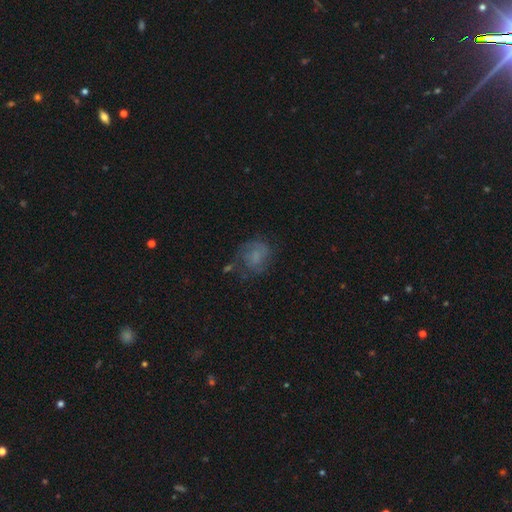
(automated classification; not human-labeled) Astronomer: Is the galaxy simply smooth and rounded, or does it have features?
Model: smooth — 43% (runner-up: featured or disk, 42%).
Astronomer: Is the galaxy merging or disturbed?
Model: none — 55%.